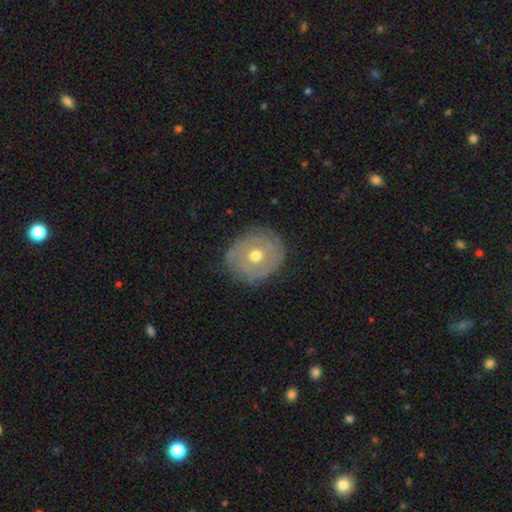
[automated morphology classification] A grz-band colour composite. It shows a featured or disk galaxy (62%) with no bar (87%), spiral arms (54%) and a moderate central bulge (75%). Merging: none (77%).